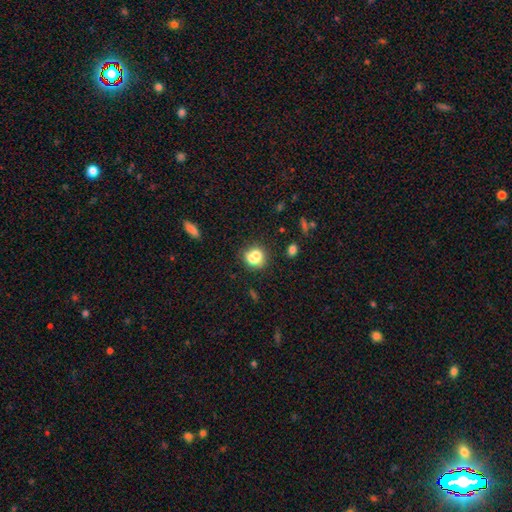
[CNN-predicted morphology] Overall: smooth (73%). How rounded: round (76%). Merging: none (43%; merger 40%).